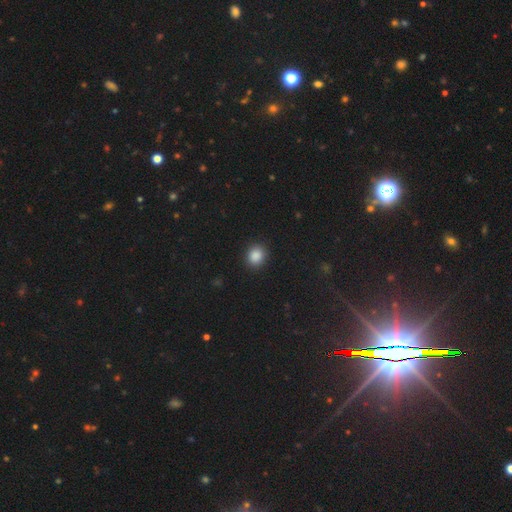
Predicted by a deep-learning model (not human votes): smooth-or-featured: smooth: 87% | star or artifact: 10% | featured or disk: 3%
  how-rounded: round: 73% | in between: 26% | cigar-shaped: 1%
  merging: none: 90% | minor disturbance: 7% | major disturbance: 2% | merger: 1%